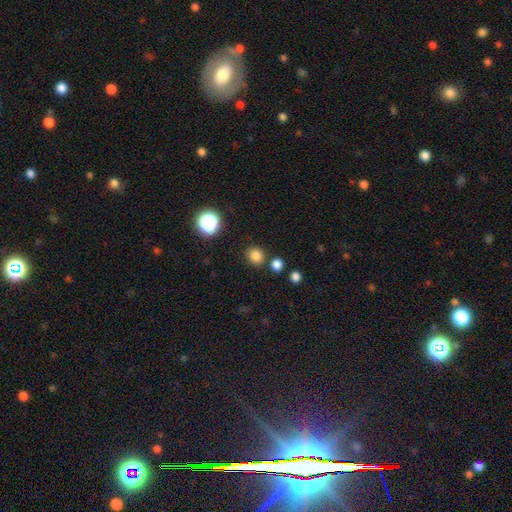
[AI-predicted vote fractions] Smooth or featured: smooth — 81% (star or artifact — 14%)
How rounded: round — 86% (in between — 13%)
Merging: none — 83% (minor disturbance — 7%)